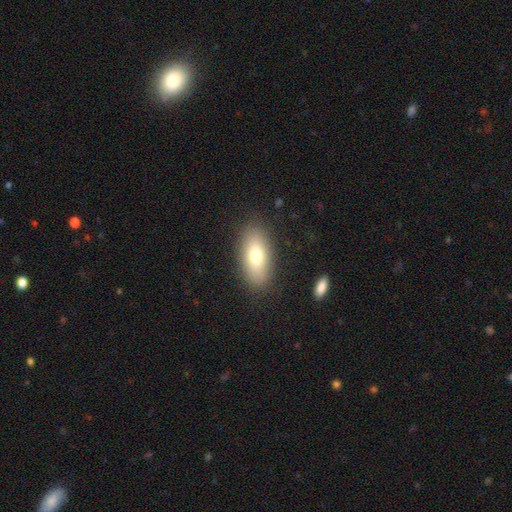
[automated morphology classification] Smooth or featured? Predicted: smooth (p=0.75). How rounded? Predicted: in between (p=0.85). Merging? Predicted: none (p=0.86).